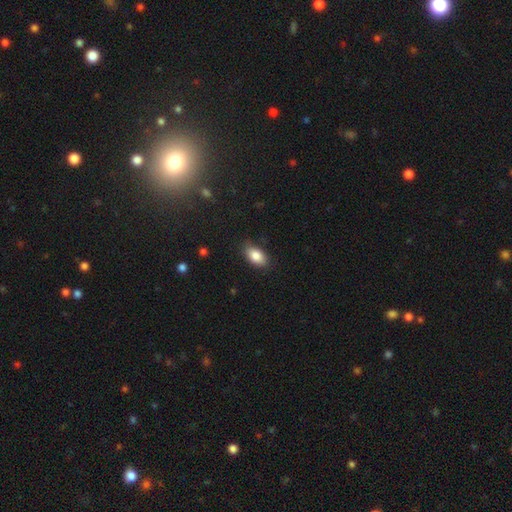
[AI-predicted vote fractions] A smooth galaxy with no disk features (85%) that is in between round and cigar-shaped (92%).

Vote fractions:
- Smooth or featured? smooth: 85% / star or artifact: 7% / featured or disk: 7%
- How rounded? in between: 92% / round: 6% / cigar-shaped: 3%
- Merging? none: 83% / minor disturbance: 13% / major disturbance: 3% / merger: 1%